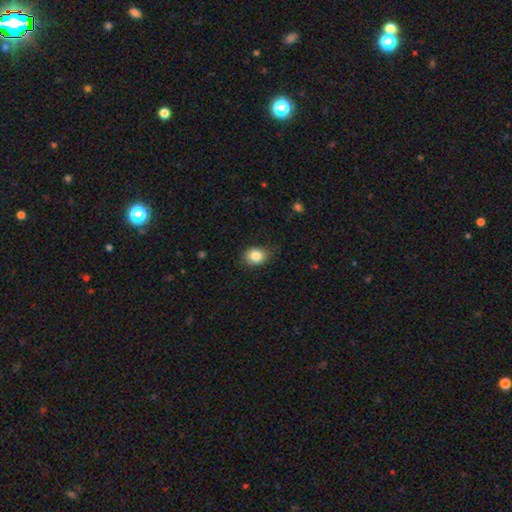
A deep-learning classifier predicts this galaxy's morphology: Q: Smooth or featured?
A: smooth (85%); runner-up: star or artifact (9%)
Q: How rounded?
A: in between (54%); runner-up: round (45%)
Q: Merging?
A: none (78%); runner-up: minor disturbance (18%)